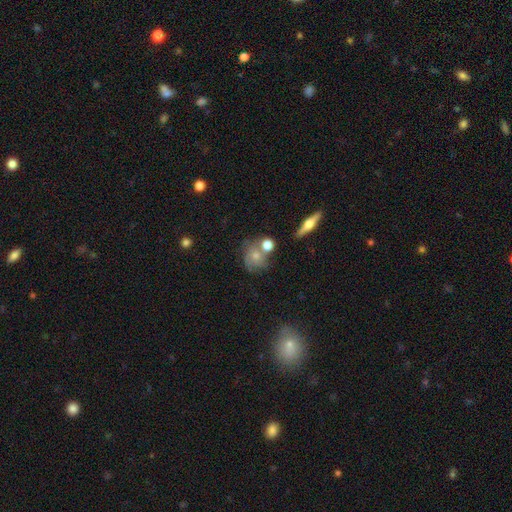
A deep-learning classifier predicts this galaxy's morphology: Smooth or featured? Predicted: smooth (p=0.51). How rounded? Predicted: round (p=0.69). Merging? Predicted: none (p=0.46).